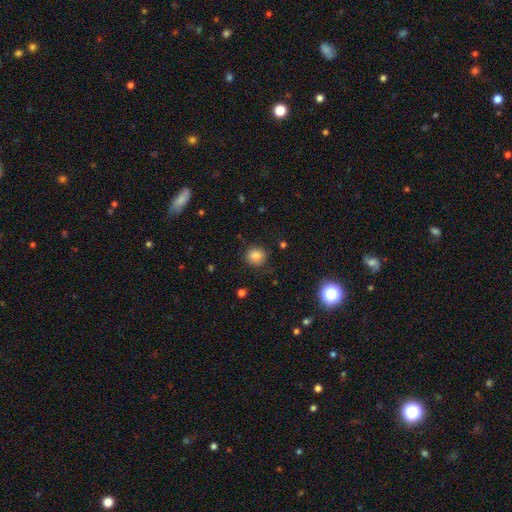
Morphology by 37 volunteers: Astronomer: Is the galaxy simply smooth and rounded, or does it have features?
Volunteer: smooth — 89%.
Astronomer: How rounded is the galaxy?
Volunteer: round — 67%.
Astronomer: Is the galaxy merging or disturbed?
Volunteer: none — 80%.